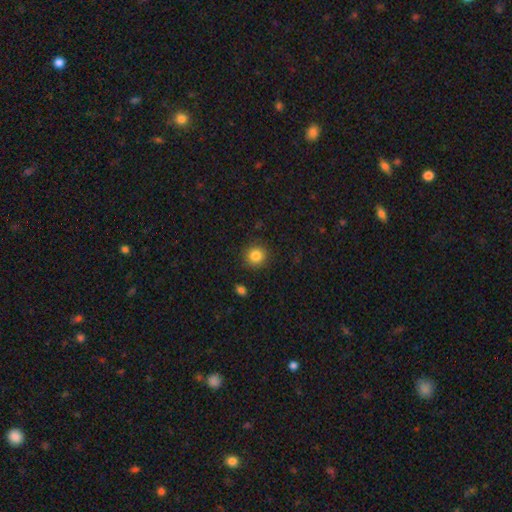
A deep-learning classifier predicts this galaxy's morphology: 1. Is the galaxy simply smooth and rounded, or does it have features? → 83% smooth, 11% star or artifact, 6% featured or disk.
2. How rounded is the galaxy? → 93% round, 6% in between, 1% cigar-shaped.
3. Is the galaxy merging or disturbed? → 90% none, 6% minor disturbance, 2% major disturbance, 1% merger.